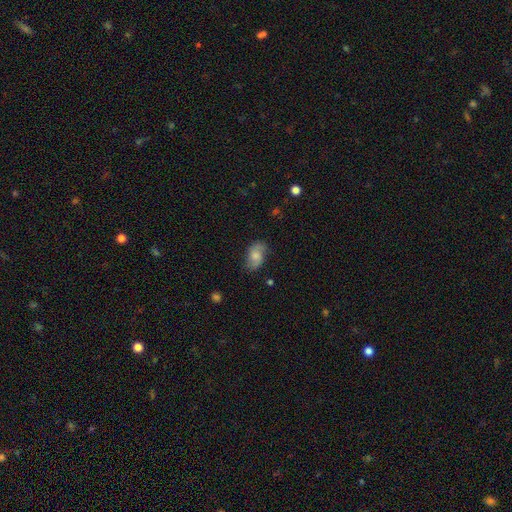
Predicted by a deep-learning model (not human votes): Overall: smooth (62%; featured or disk 30%). How rounded: in between (90%). Merging: none (68%).